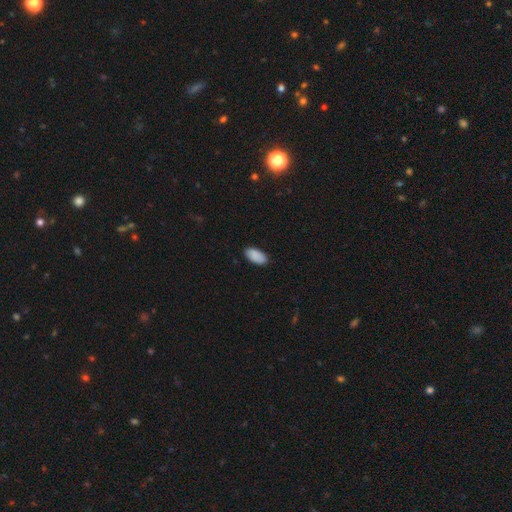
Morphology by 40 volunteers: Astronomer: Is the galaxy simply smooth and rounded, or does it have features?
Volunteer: smooth — 90%.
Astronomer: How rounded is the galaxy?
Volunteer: in between — 89%.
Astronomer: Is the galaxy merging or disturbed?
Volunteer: none — 90%.